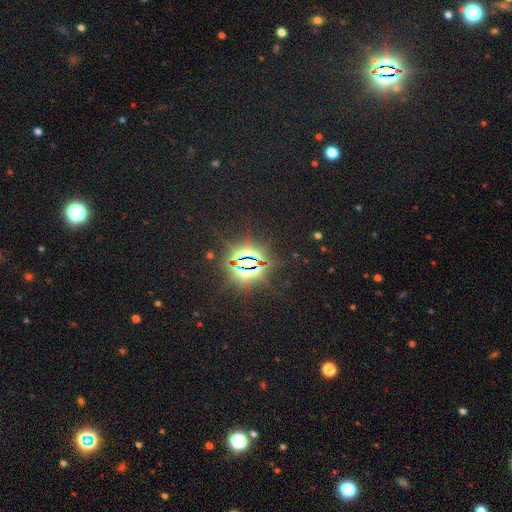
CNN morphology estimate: Q: Smooth or featured?
A: star or artifact (83%); runner-up: smooth (10%)